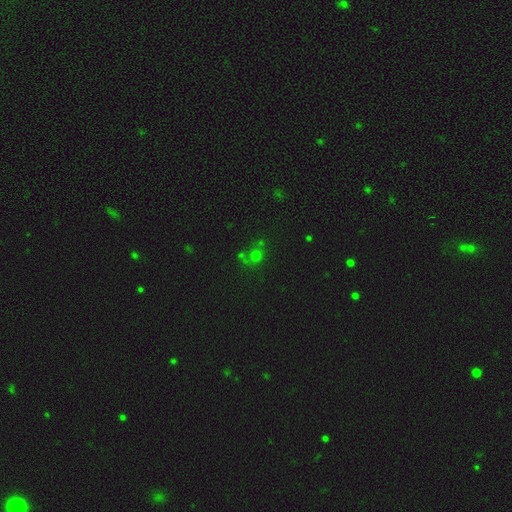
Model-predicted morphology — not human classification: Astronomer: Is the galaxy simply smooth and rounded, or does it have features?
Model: smooth — 54% (runner-up: star or artifact, 33%).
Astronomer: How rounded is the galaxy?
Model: round — 81%.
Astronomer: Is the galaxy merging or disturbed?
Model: none — 54%.